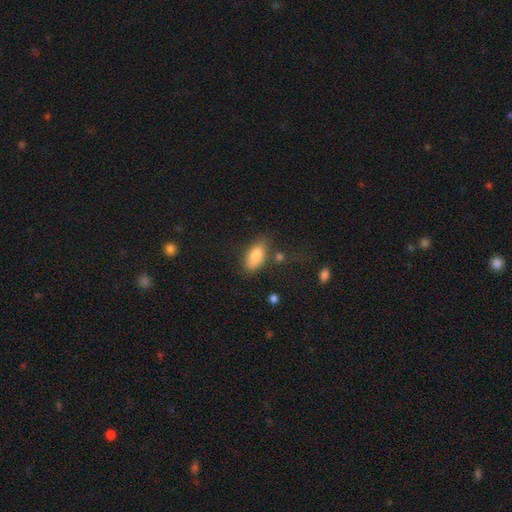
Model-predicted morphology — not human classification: type=smooth (83%); roundness=in between (89%); merging=none (71%).